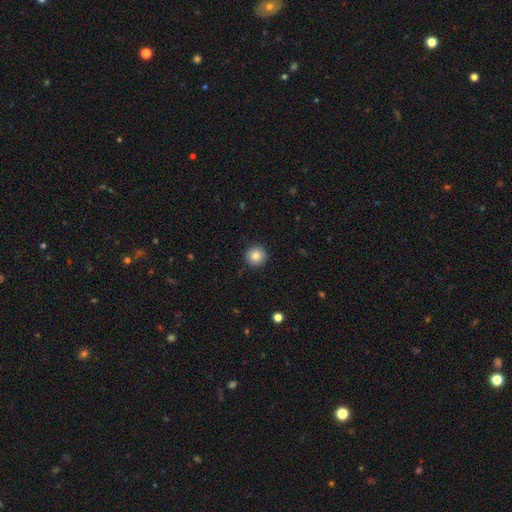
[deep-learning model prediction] smooth-or-featured: smooth: 85% | star or artifact: 10% | featured or disk: 6%
  how-rounded: round: 95% | in between: 4% | cigar-shaped: 1%
  merging: none: 91% | minor disturbance: 6% | major disturbance: 2% | merger: 1%